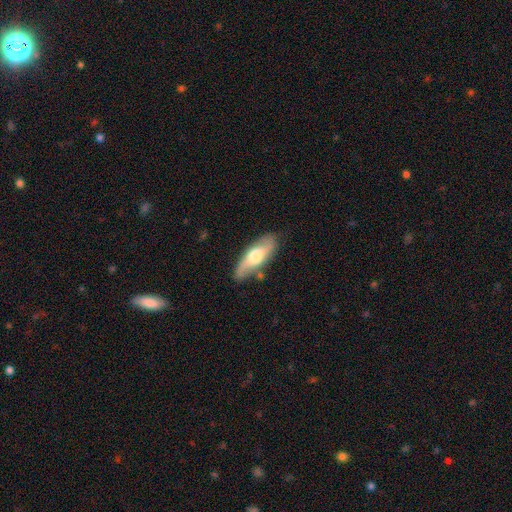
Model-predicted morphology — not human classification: Overall: featured or disk (47%, tied with smooth). Merging: none (77%).